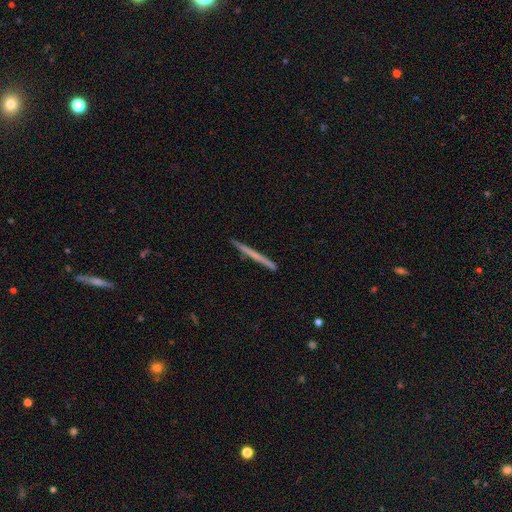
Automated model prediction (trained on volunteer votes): smooth-or-featured: featured or disk: 49% | smooth: 45% | star or artifact: 6%
  merging: none: 92% | minor disturbance: 5% | major disturbance: 1% | merger: 1%